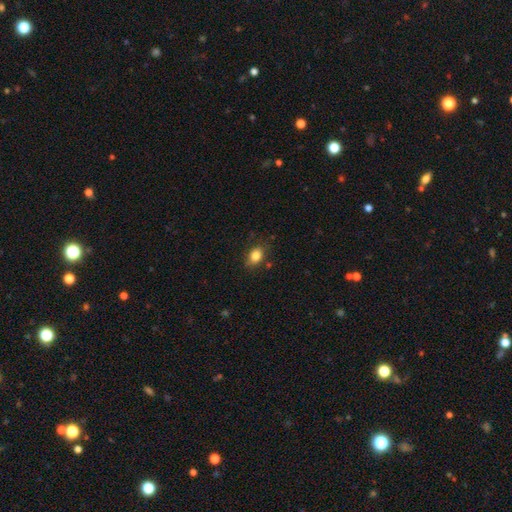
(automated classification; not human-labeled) This appears to be a smooth galaxy with no disk features (83%) that is in between round and cigar-shaped (72%). Merging: none (77%).